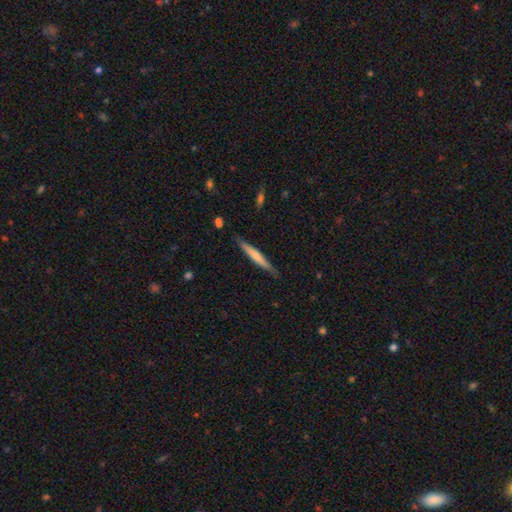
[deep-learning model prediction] Q: Smooth or featured?
A: smooth (56%); runner-up: featured or disk (38%)
Q: How rounded?
A: cigar-shaped (95%); runner-up: in between (4%)
Q: Merging?
A: none (85%); runner-up: minor disturbance (12%)